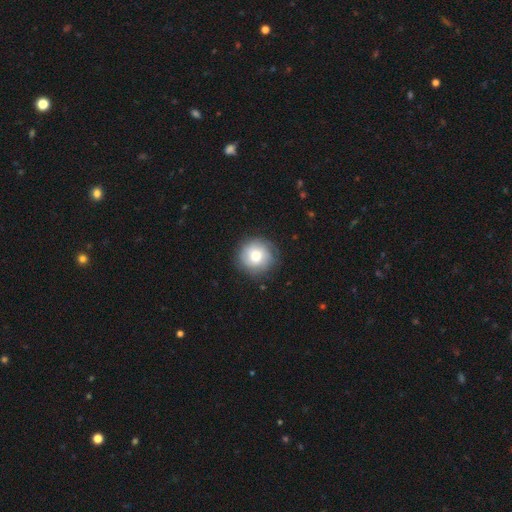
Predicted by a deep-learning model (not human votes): This is likely a smooth galaxy (69%). How rounded: clearly round (94%). Merging: clearly none (82%).